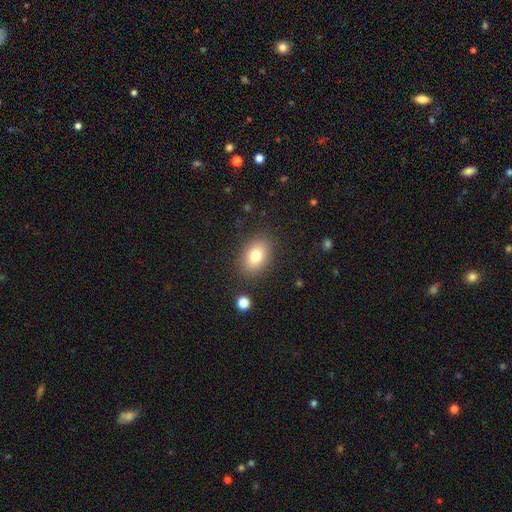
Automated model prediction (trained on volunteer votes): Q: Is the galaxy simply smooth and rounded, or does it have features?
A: smooth — 79%.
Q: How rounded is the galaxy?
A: in between — 83%.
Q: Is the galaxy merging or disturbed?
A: none — 84%.